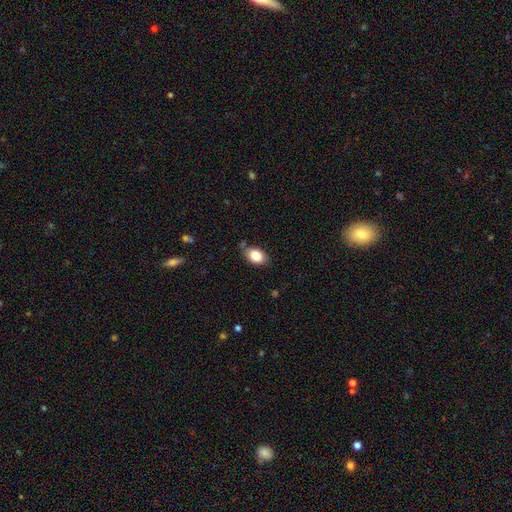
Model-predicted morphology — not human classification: This is clearly a smooth galaxy (84%). How rounded: clearly in between (84%). Merging: likely none (74%).